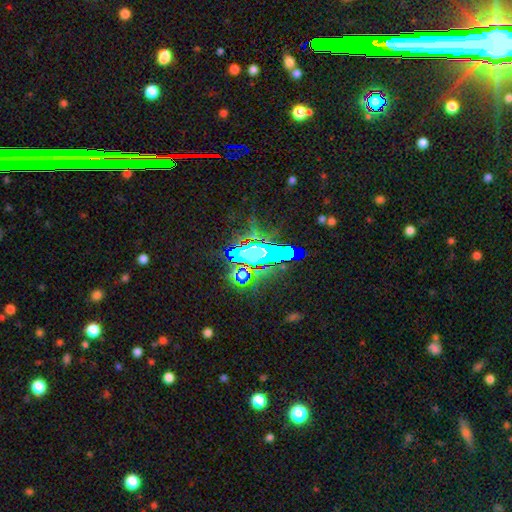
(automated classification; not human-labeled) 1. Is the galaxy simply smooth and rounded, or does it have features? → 59% star or artifact, 22% featured or disk, 19% smooth.